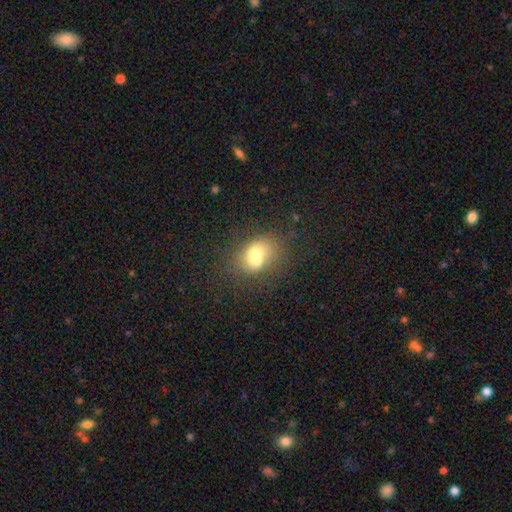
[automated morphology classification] Smooth or featured: smooth — 62% (featured or disk — 27%)
How rounded: in between — 51% (round — 48%)
Merging: merger — 61% (none — 26%)